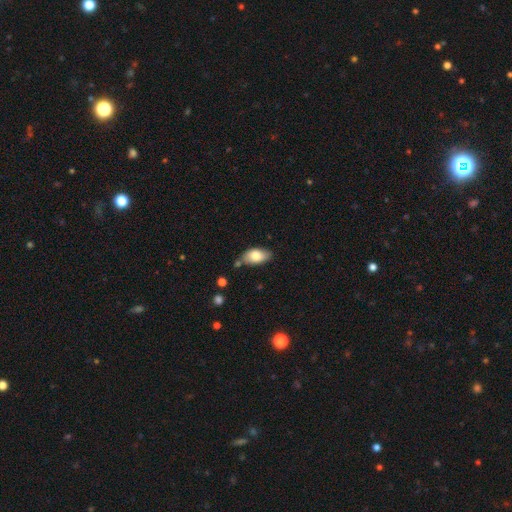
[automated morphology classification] Smooth or featured?
  - smooth: 80% *
  - featured or disk: 13%
  - star or artifact: 7%
How rounded?
  - in between: 93% *
  - round: 4%
  - cigar-shaped: 3%
Merging?
  - none: 71% *
  - minor disturbance: 19%
  - merger: 6%
  - major disturbance: 4%